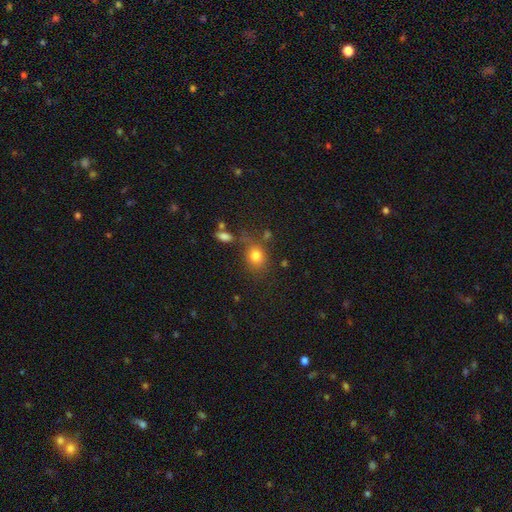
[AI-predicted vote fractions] The model was most divided on "how rounded": round: 57%, in between: 42%, cigar-shaped: 1%. More confident: smooth or featured — smooth (79%); merging — none (65%).